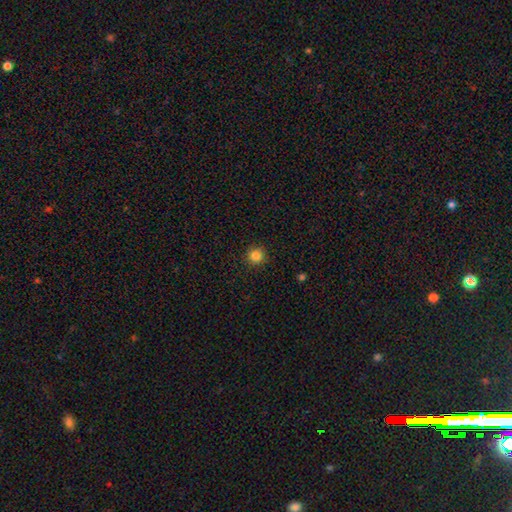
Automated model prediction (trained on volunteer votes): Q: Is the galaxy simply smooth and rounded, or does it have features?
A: smooth — 84%.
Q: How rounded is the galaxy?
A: round — 94%.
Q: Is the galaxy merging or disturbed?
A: none — 92%.